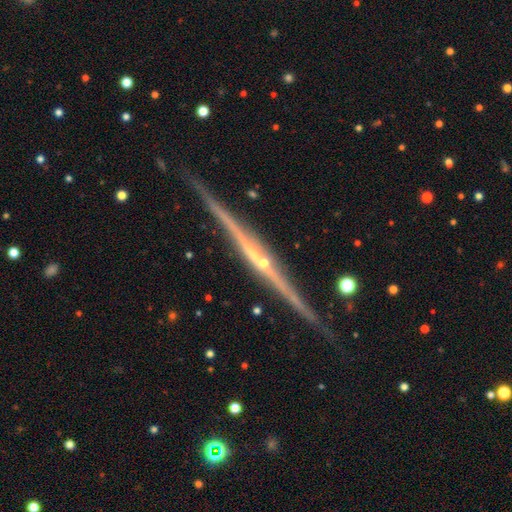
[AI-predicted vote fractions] A featured or disk galaxy (88%) viewed edge-on (98%) with a rounded central bulge (57%). Merging: none (88%).